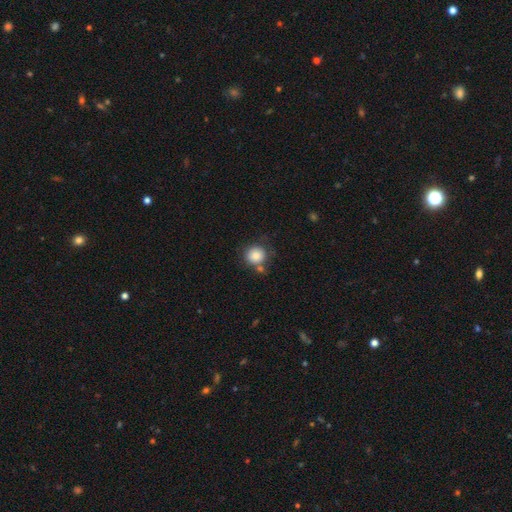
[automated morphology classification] Smooth or featured: smooth — 84% (star or artifact — 9%)
How rounded: round — 90% (in between — 9%)
Merging: none — 68% (minor disturbance — 14%)